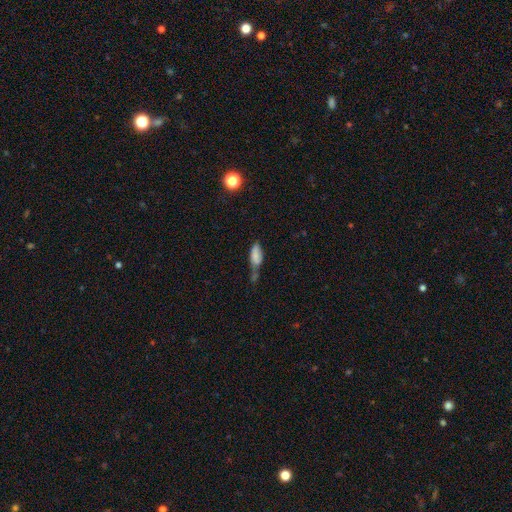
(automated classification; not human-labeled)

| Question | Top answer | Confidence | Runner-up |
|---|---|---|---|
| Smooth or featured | smooth | 73% | featured or disk (17%) |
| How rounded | in between | 78% | cigar-shaped (19%) |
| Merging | merger | 32% | minor disturbance (26%) |